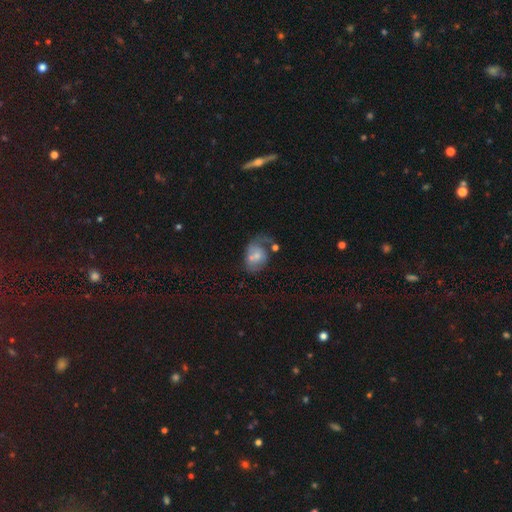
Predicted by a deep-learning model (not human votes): Q: Smooth or featured?
A: smooth (46%); runner-up: featured or disk (44%)
Q: Merging?
A: major disturbance (30%); runner-up: merger (26%)